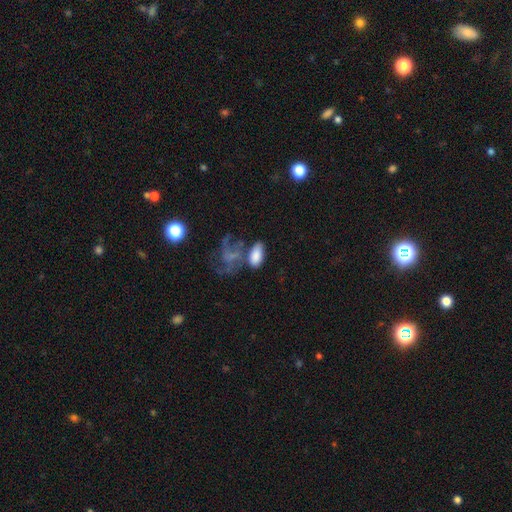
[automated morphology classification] Overall: smooth (77%). How rounded: in between (92%). Merging: none (38%; merger 27%).